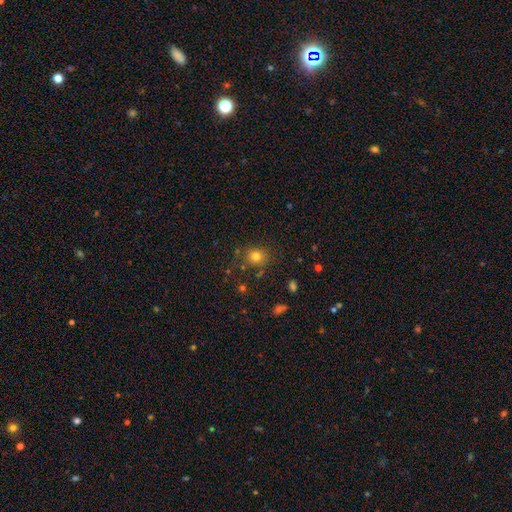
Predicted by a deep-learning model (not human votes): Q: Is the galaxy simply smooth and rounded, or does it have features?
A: smooth — 76%.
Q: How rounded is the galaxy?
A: round — 80%.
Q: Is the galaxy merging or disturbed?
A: none — 78%.